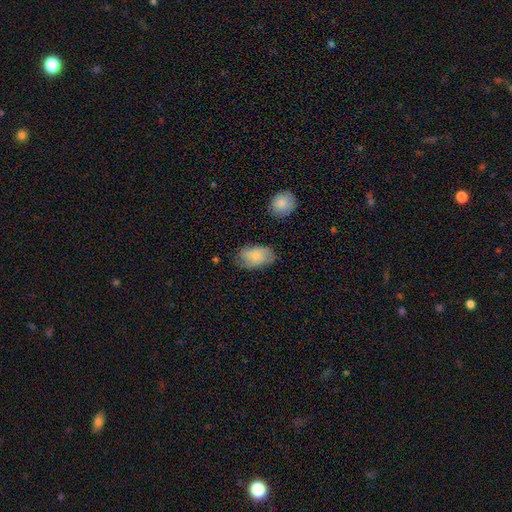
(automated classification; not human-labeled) A smooth galaxy with no disk features (75%) that is in between round and cigar-shaped (92%). Merging: none (65%).